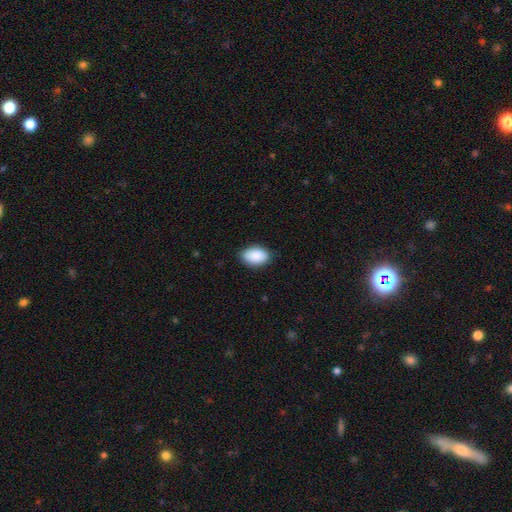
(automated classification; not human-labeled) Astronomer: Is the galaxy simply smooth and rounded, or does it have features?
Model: smooth — 90%.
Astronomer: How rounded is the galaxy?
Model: in between — 91%.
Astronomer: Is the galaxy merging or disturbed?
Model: none — 85%.